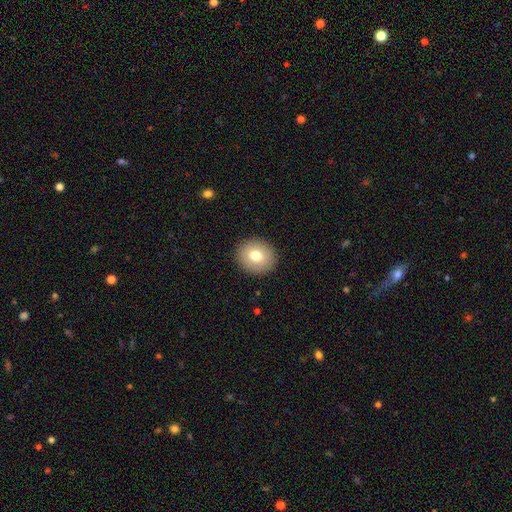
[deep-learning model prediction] Smooth or featured?
  - smooth: 76% *
  - featured or disk: 15%
  - star or artifact: 9%
How rounded?
  - round: 74% *
  - in between: 25%
  - cigar-shaped: 1%
Merging?
  - none: 91% *
  - minor disturbance: 6%
  - major disturbance: 2%
  - merger: 1%